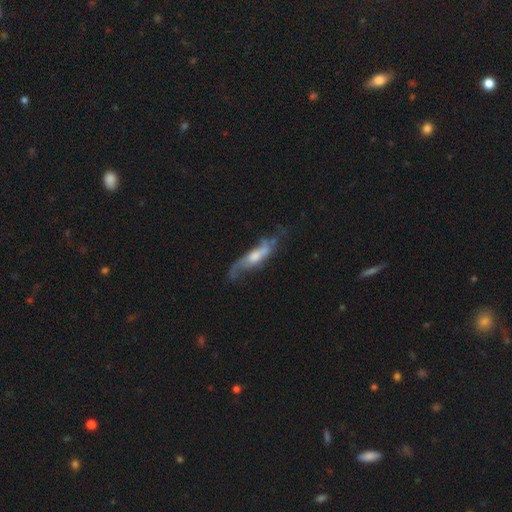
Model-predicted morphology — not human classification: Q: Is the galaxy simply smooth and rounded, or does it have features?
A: featured or disk — 71%.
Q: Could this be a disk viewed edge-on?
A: no — 65%.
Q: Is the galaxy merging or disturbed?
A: none — 47%.